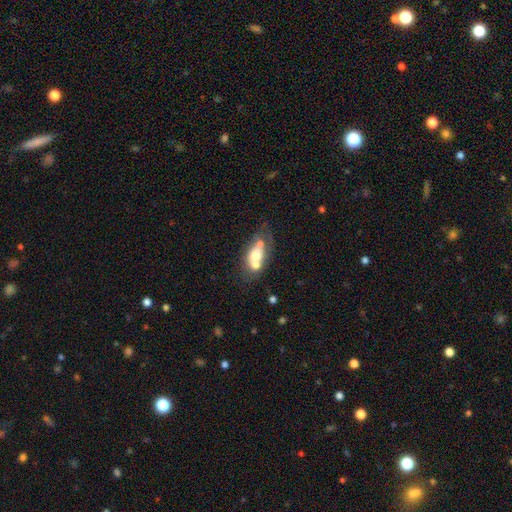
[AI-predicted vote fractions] A smooth galaxy with no disk features (52%) that is in between round and cigar-shaped (74%). Merging: merger (48%).